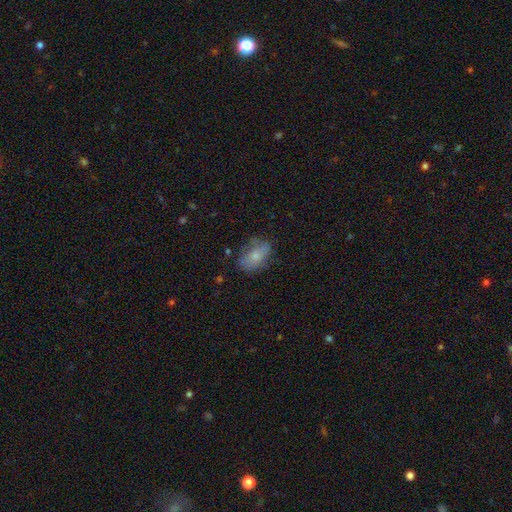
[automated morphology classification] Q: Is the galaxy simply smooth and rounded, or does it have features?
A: smooth — 72%.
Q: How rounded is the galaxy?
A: in between — 89%.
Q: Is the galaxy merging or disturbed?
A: none — 61%.